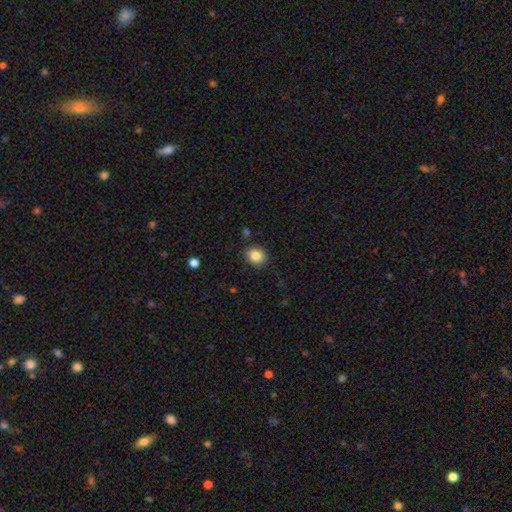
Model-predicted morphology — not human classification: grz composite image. It shows a smooth galaxy with no disk features (85%) that is round (60%). Merging: none (87%).